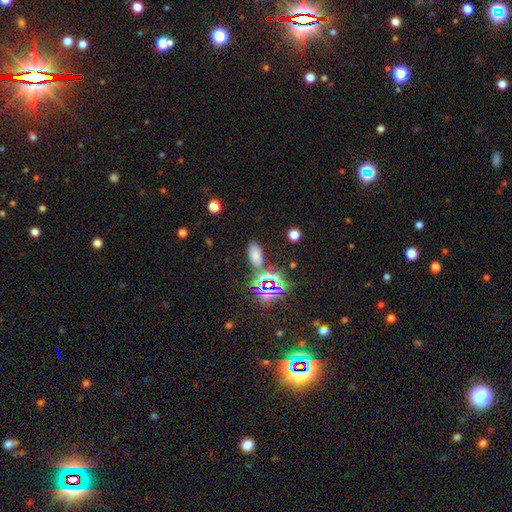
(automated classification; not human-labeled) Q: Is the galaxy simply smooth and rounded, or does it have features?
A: smooth — 65%.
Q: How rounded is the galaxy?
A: in between — 90%.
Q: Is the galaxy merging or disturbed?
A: none — 79%.